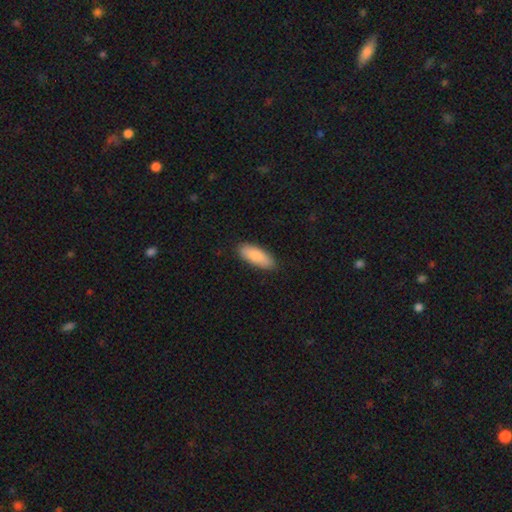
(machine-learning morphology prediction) A smooth galaxy with no disk features (87%) that is in between round and cigar-shaped (77%). Merging: none (87%).